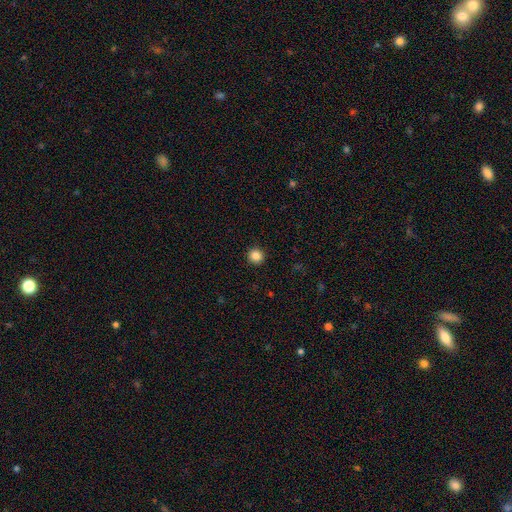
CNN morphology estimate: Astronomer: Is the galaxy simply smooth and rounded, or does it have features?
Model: smooth — 85%.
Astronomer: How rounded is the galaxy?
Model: round — 95%.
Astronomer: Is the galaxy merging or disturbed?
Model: none — 93%.